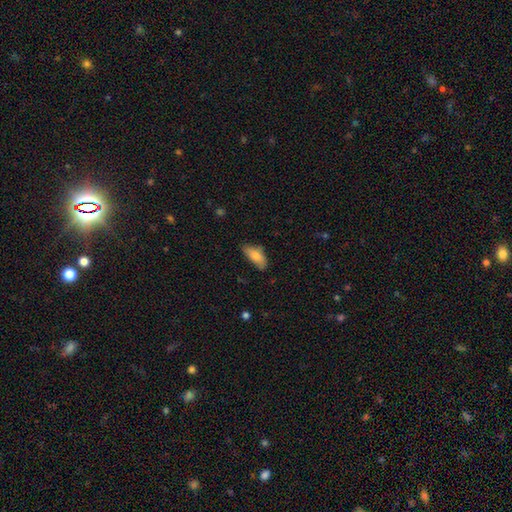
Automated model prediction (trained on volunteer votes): smooth 79%, featured or disk 14%, star or artifact 7%. Down the decision tree: how rounded — in between (84%); merging — none (62%).